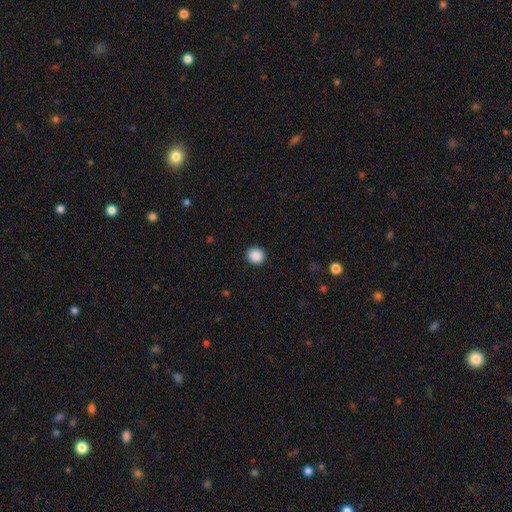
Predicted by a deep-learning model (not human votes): Morphology: type=smooth (89%); roundness=round (79%); merging=none (91%).